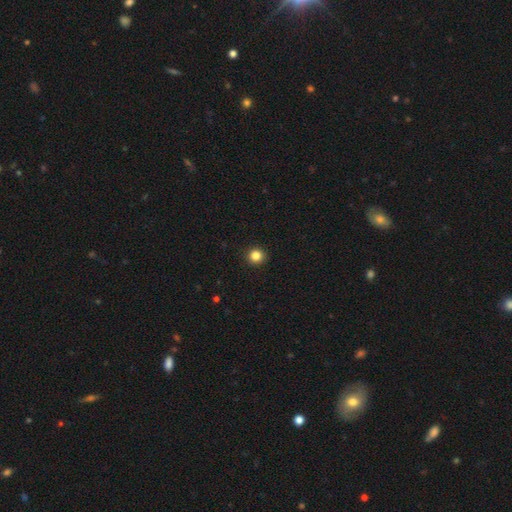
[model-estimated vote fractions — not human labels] Morphology: type=smooth (84%); roundness=round (93%); merging=none (93%).